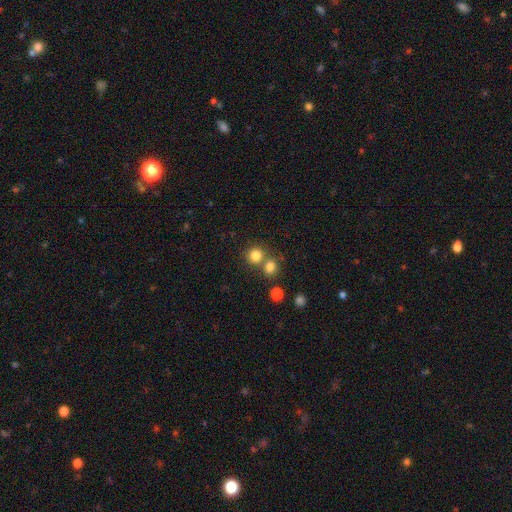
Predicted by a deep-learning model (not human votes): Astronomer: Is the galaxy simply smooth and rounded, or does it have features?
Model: smooth — 81%.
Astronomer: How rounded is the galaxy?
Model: round — 86%.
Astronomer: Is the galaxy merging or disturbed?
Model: none — 59%.